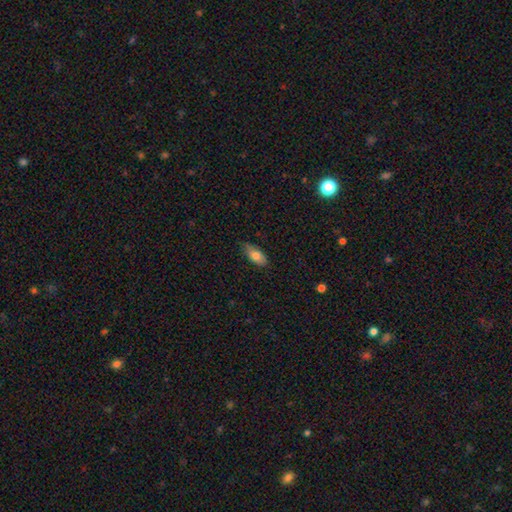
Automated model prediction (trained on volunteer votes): The model was most divided on "merging": none: 75%, minor disturbance: 21%, major disturbance: 3%, merger: 1%. More confident: how rounded — in between (85%); smooth or featured — smooth (78%).